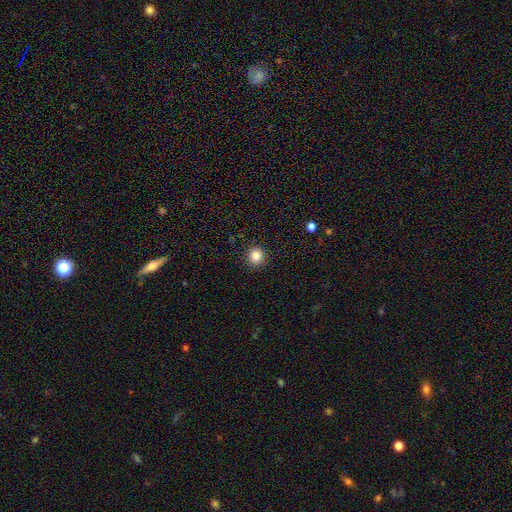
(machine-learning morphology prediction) Smooth or featured?
  - smooth: 84% *
  - star or artifact: 11%
  - featured or disk: 5%
How rounded?
  - round: 93% *
  - in between: 7%
  - cigar-shaped: 1%
Merging?
  - none: 92% *
  - minor disturbance: 5%
  - major disturbance: 2%
  - merger: 1%